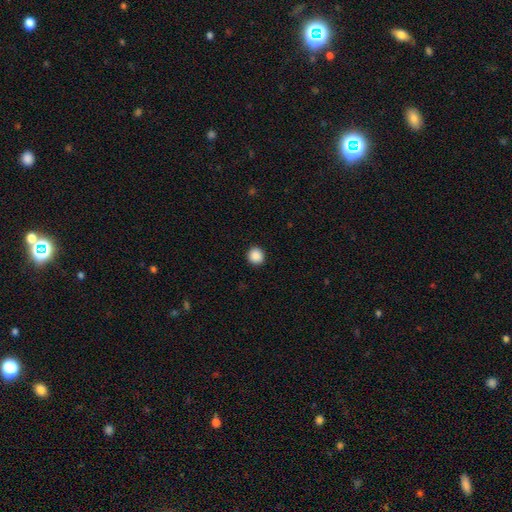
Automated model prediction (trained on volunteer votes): smooth-or-featured: smooth: 89% | star or artifact: 9% | featured or disk: 2%
  how-rounded: round: 92% | in between: 7% | cigar-shaped: 1%
  merging: none: 93% | minor disturbance: 5% | major disturbance: 2% | merger: 1%